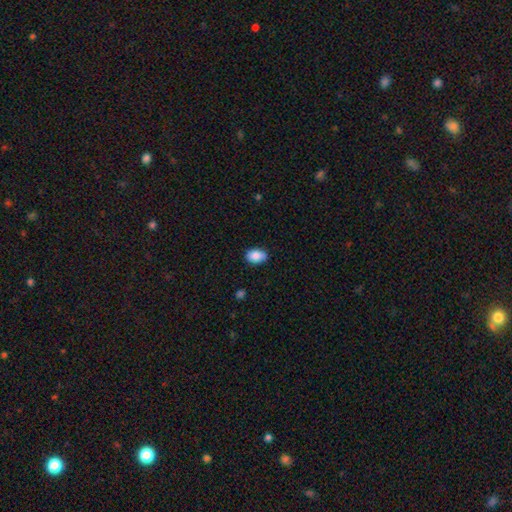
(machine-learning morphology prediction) This appears to be a smooth galaxy with no disk features (86%) that is in between round and cigar-shaped (84%). Merging: none (77%).